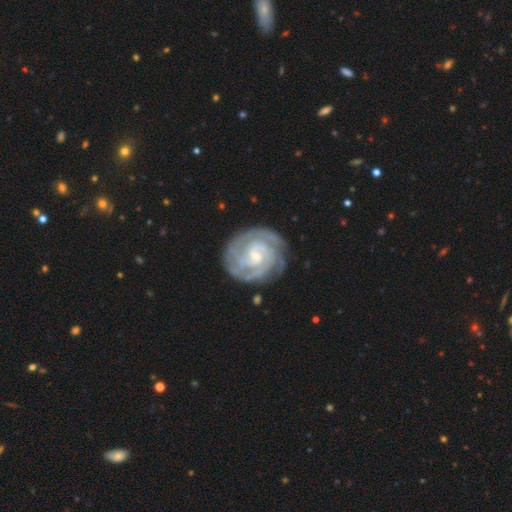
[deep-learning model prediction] Smooth or featured: featured or disk — 88% (smooth — 7%)
Edge-on disk: no — 98% (yes — 2%)
Bar: no — 54% (weak — 37%)
Spiral arms: yes — 97% (no — 3%)
Spiral winding: tight — 76% (medium — 21%)
Spiral arm count: 2 — 27% (can't tell — 25%)
Bulge size: small — 71% (moderate — 24%)
Merging: none — 79% (minor disturbance — 14%)